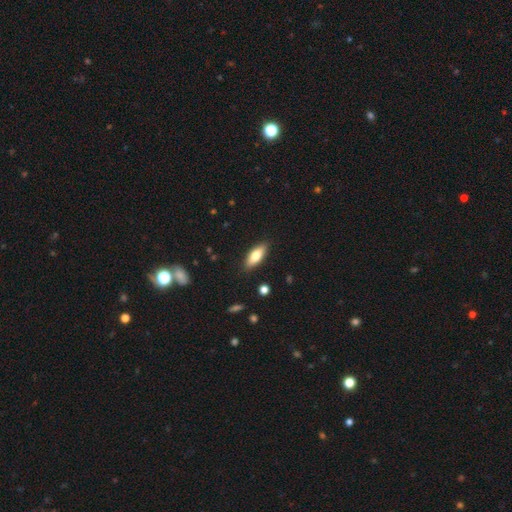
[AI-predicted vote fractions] The model was most divided on "how rounded": in between: 72%, cigar-shaped: 26%, round: 2%. More confident: merging — none (87%); smooth or featured — smooth (77%).